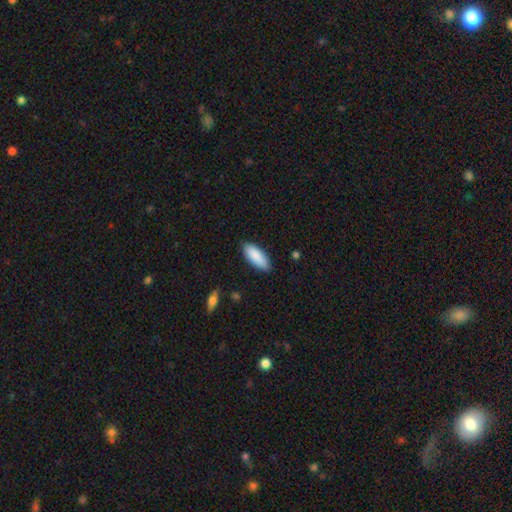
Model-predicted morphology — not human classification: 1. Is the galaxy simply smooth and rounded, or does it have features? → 89% smooth, 6% featured or disk, 6% star or artifact.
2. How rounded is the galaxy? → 77% in between, 21% cigar-shaped, 2% round.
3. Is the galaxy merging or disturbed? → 86% none, 11% minor disturbance, 2% major disturbance, 1% merger.